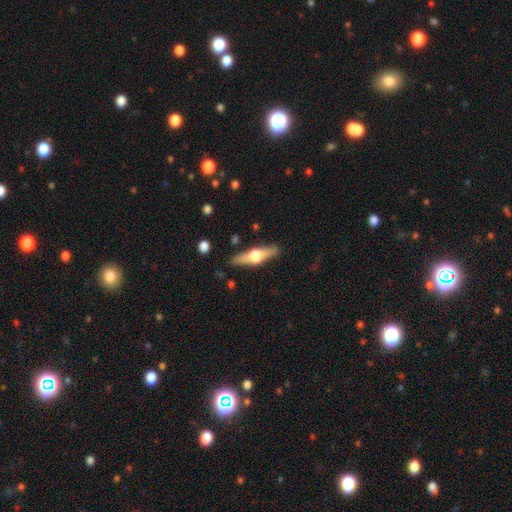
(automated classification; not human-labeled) A featured or disk galaxy (64%) viewed edge-on (95%) with a rounded central bulge (95%). Merging: none (86%).